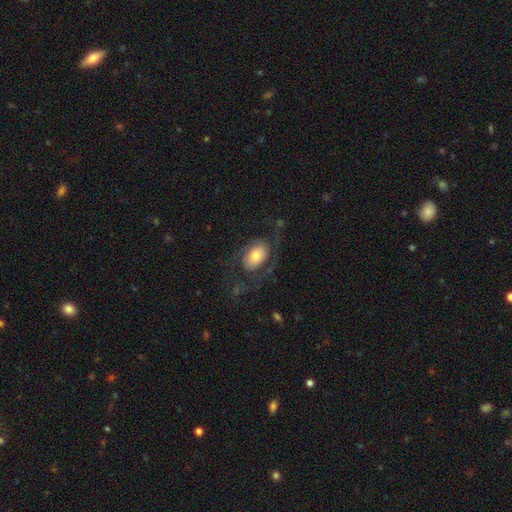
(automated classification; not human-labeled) Smooth or featured: featured or disk — 51% (smooth — 41%)
Edge-on disk: no — 95% (yes — 5%)
Merging: none — 52% (major disturbance — 29%)